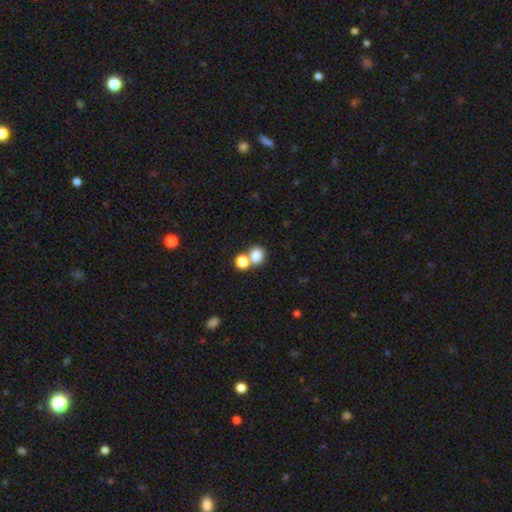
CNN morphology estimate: Smooth or featured? Predicted: smooth (p=0.81). How rounded? Predicted: round (p=0.71). Merging? Predicted: none (p=0.49).